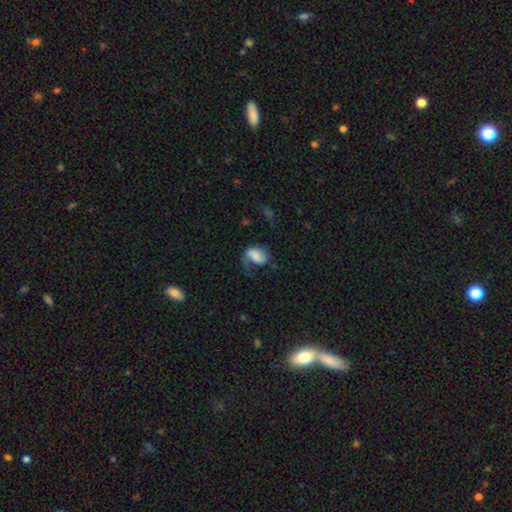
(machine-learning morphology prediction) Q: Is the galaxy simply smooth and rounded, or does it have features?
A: smooth — 55%.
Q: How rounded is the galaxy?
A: in between — 79%.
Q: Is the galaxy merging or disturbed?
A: major disturbance — 36%.